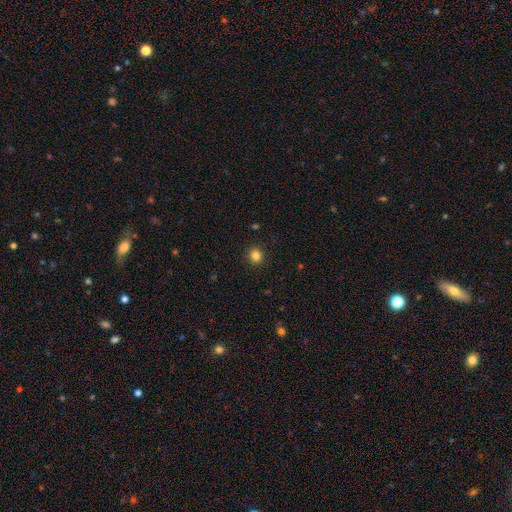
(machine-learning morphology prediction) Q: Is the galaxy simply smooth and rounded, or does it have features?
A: smooth — 83%.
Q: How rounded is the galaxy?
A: round — 91%.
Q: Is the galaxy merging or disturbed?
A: none — 92%.